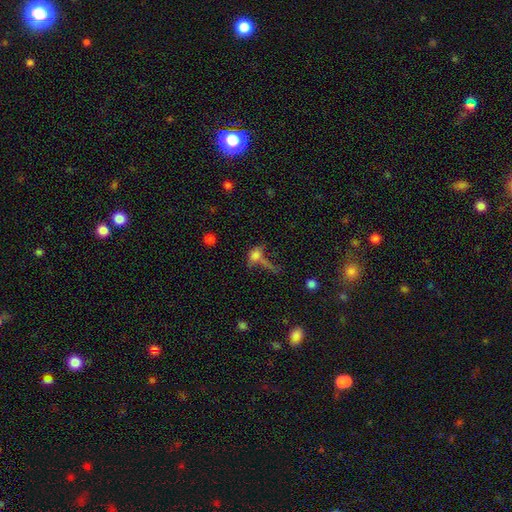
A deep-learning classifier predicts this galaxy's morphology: Smooth or featured? Predicted: smooth (p=0.61). How rounded? Predicted: in between (p=0.58). Merging? Predicted: none (p=0.35).